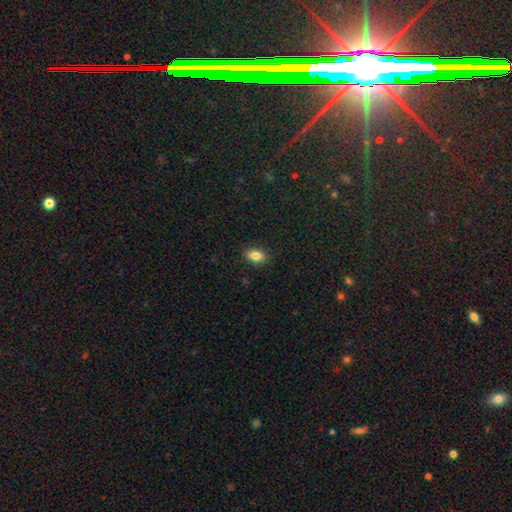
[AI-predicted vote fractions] Smooth or featured?
  - smooth: 83% *
  - star or artifact: 9%
  - featured or disk: 8%
How rounded?
  - in between: 85% *
  - round: 13%
  - cigar-shaped: 2%
Merging?
  - none: 88% *
  - minor disturbance: 9%
  - major disturbance: 2%
  - merger: 1%